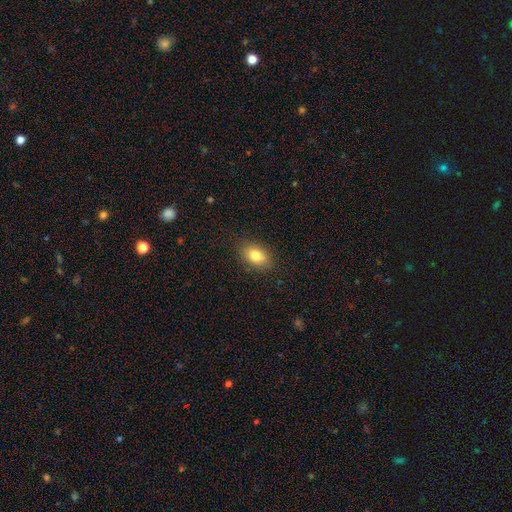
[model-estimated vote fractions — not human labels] Overall: smooth (80%). How rounded: in between (84%). Merging: none (86%).